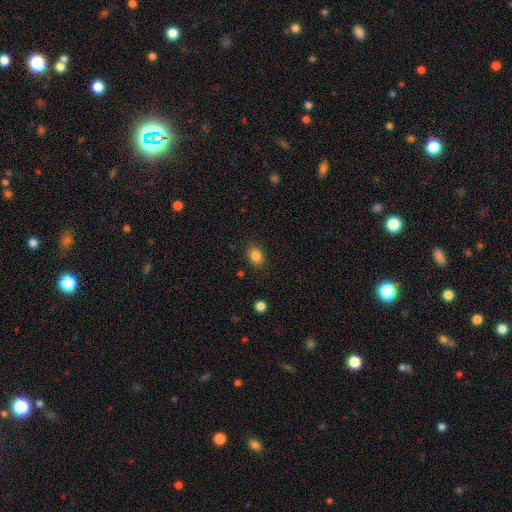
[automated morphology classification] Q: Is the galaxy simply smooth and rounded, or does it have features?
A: smooth — 85%.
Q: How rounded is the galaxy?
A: in between — 62%.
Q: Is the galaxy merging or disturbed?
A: none — 85%.